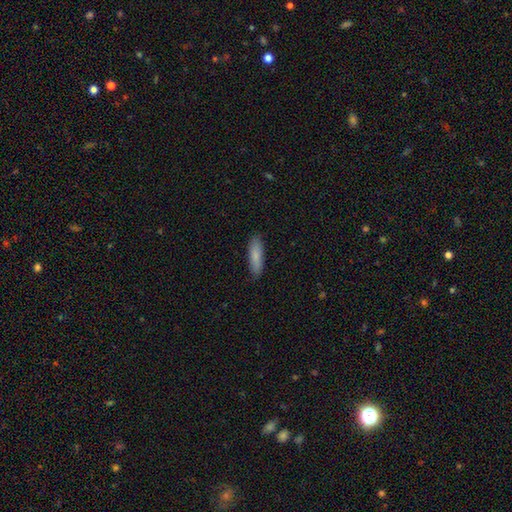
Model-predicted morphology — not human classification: Smooth or featured? smooth (83%)
How rounded? cigar-shaped (64%)
Merging? none (86%)